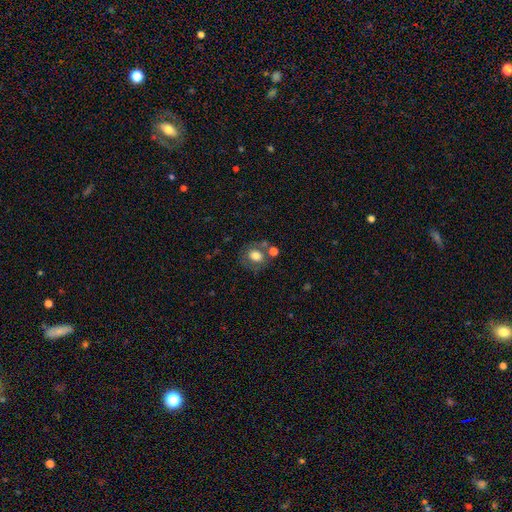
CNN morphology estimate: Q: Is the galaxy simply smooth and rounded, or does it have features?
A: smooth — 71%.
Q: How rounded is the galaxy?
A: round — 57%.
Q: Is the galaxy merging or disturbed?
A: none — 60%.